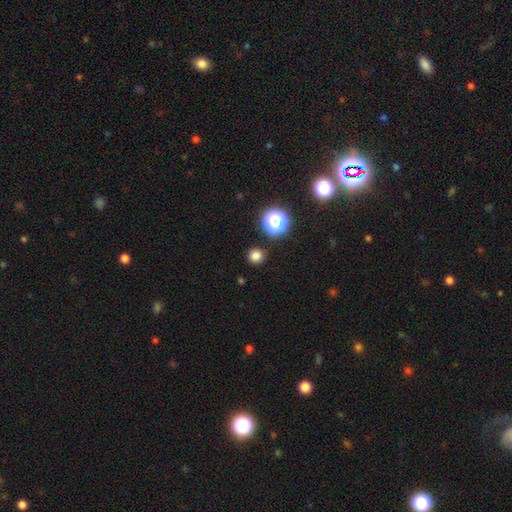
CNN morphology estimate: smooth-or-featured: smooth: 78% | star or artifact: 17% | featured or disk: 5%
  how-rounded: round: 93% | in between: 6% | cigar-shaped: 1%
  merging: none: 90% | minor disturbance: 6% | major disturbance: 2% | merger: 2%